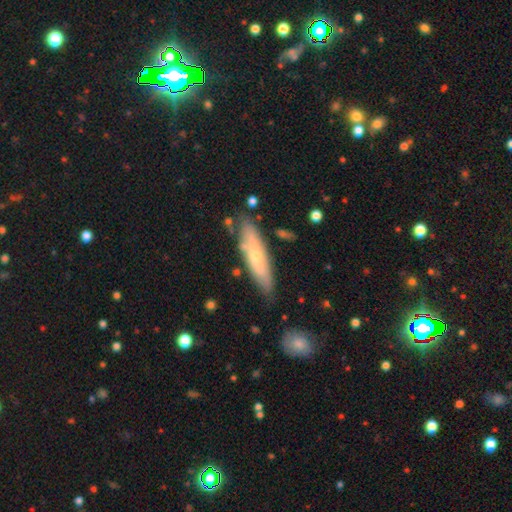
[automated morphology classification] Overall: featured or disk (51%; smooth 43%). Edge-on disk: yes (51%; no 49%). Merging: none (74%).